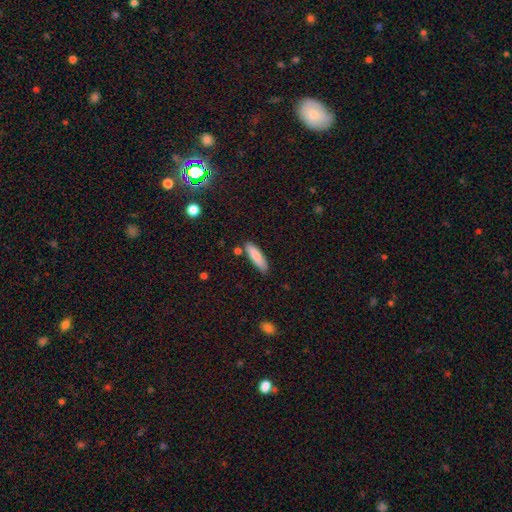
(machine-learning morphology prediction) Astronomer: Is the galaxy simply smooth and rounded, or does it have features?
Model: smooth — 84%.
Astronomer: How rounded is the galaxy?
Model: cigar-shaped — 62%.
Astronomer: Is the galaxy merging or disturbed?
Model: none — 80%.